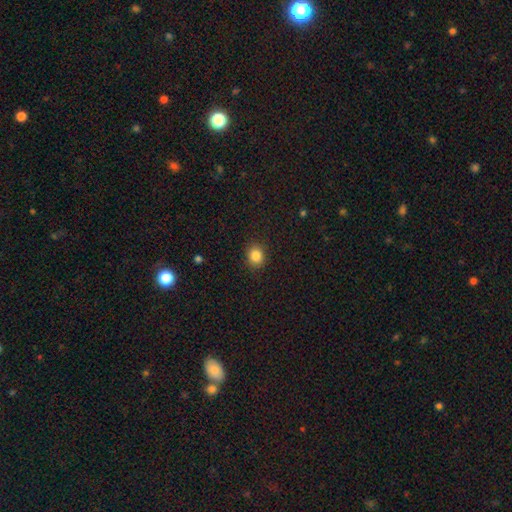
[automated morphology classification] smooth_or_featured: smooth (p=0.85) [alt: star or artifact p=0.10]
how_rounded: round (p=0.68) [alt: in between p=0.31]
merging: none (p=0.89) [alt: minor disturbance p=0.08]